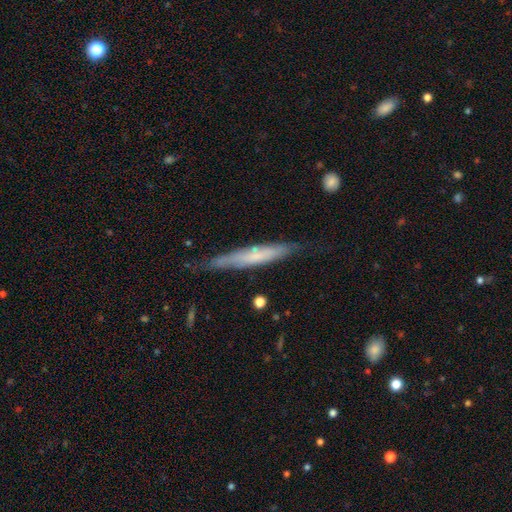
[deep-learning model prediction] smooth 48%, featured or disk 46%, star or artifact 6%. Down the decision tree: merging — none (73%).